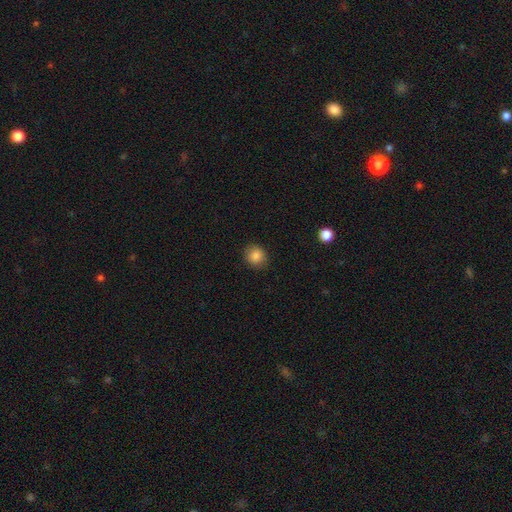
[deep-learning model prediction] Morphology: type=smooth (86%); roundness=round (83%); merging=none (86%).